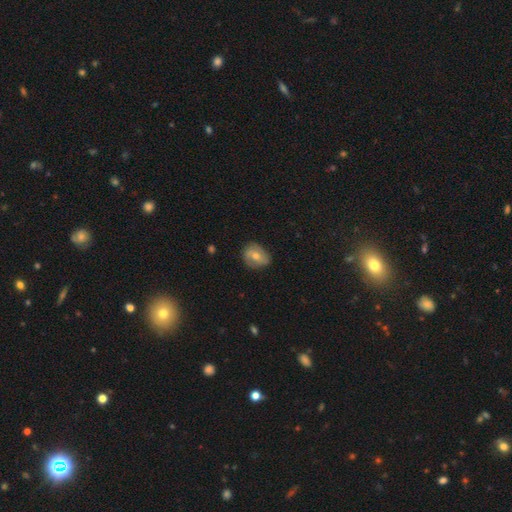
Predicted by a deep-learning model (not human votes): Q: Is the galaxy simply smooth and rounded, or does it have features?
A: smooth — 58%.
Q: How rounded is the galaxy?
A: in between — 56%.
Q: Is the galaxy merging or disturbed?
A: none — 72%.